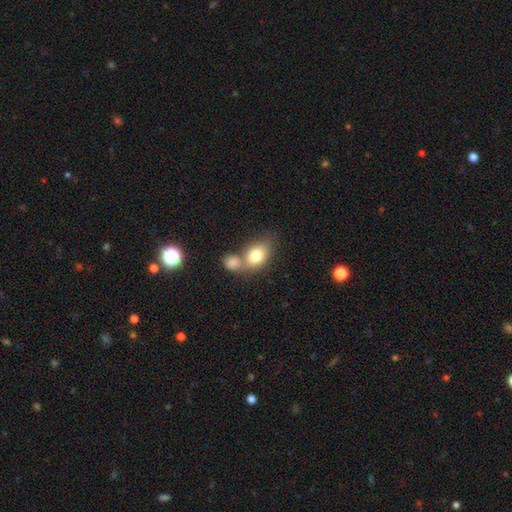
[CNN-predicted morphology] This appears to be a smooth galaxy with no disk features (78%) that is in between round and cigar-shaped (74%). Merging: merger (48%).